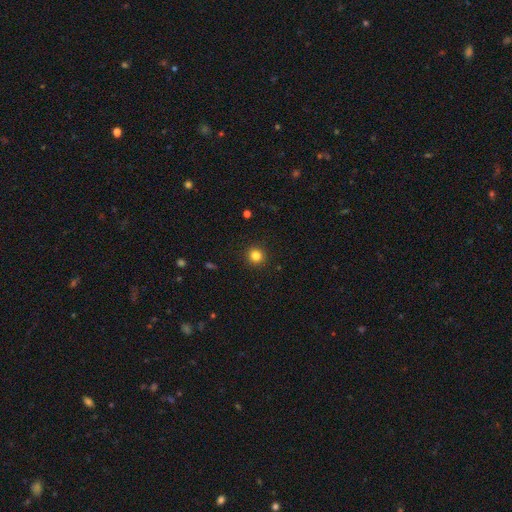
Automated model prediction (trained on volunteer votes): Smooth or featured?
  - smooth: 82% *
  - star or artifact: 13%
  - featured or disk: 5%
How rounded?
  - round: 94% *
  - in between: 5%
  - cigar-shaped: 1%
Merging?
  - none: 93% *
  - minor disturbance: 5%
  - major disturbance: 2%
  - merger: 1%